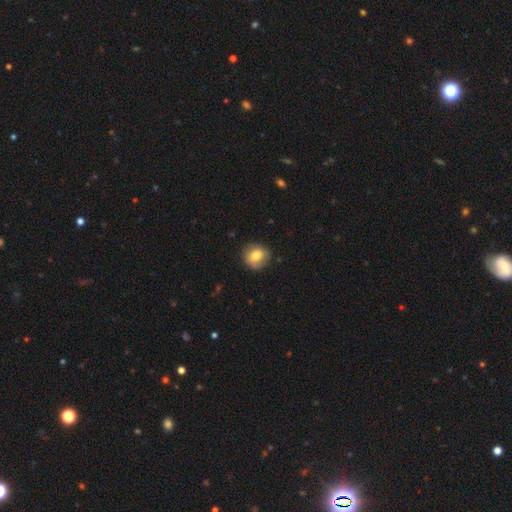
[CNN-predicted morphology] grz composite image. It shows a smooth galaxy with no disk features (79%) that is round (81%). Merging: none (81%).